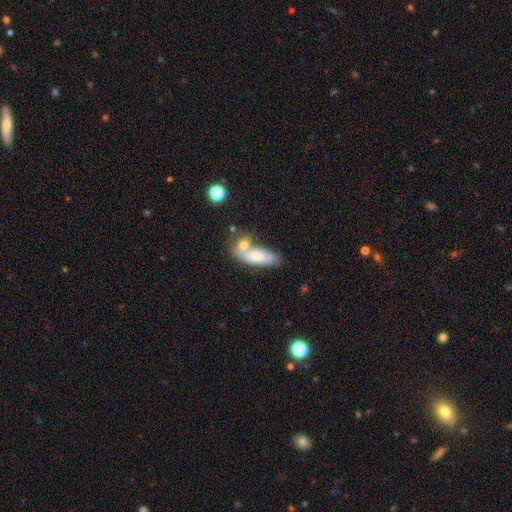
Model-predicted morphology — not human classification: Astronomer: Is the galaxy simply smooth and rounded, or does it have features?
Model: smooth — 66%.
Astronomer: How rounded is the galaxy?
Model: in between — 73%.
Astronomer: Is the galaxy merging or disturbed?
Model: merger — 44% (runner-up: none, 36%).